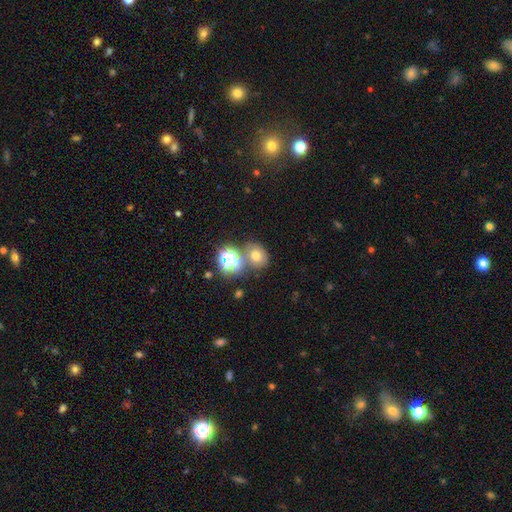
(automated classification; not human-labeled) Overall: smooth (63%; star or artifact 25%). How rounded: round (61%; in between 38%). Merging: none (58%; merger 25%).